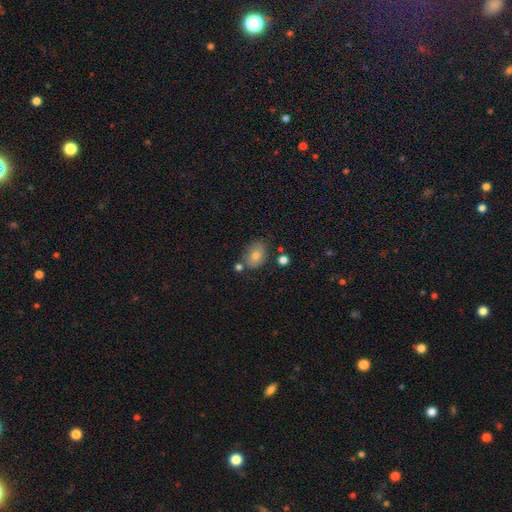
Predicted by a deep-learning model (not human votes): Smooth or featured? Predicted: smooth (p=0.72). How rounded? Predicted: in between (p=0.74). Merging? Predicted: none (p=0.69).